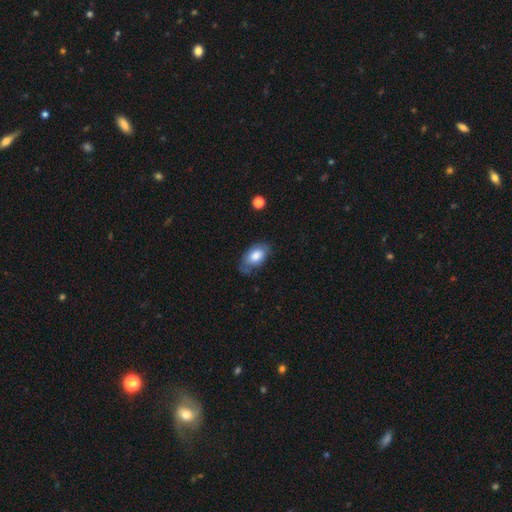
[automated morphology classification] A smooth galaxy with no disk features (77%) that is in between round and cigar-shaped (93%). Merging: none (61%).